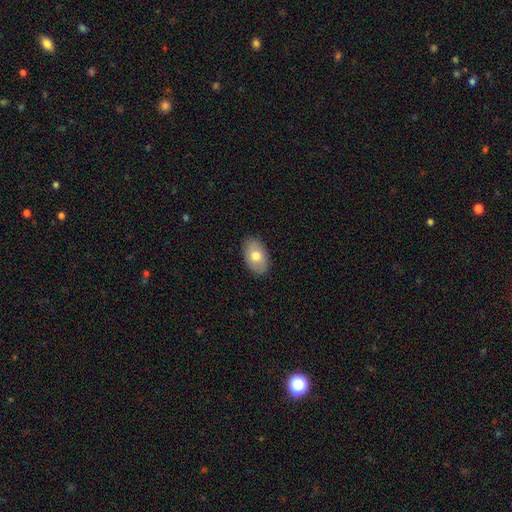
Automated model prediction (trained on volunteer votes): Overall: smooth (73%). How rounded: in between (91%). Merging: none (87%).